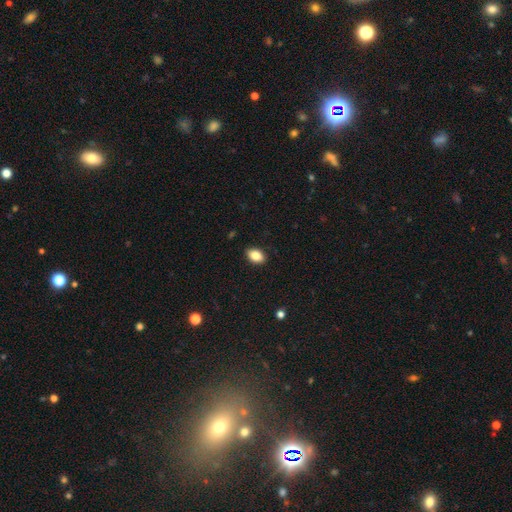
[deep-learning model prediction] A smooth galaxy with no disk features (86%) that is in between round and cigar-shaped (86%).

Vote fractions:
- Smooth or featured? smooth: 86% / star or artifact: 8% / featured or disk: 6%
- How rounded? in between: 86% / round: 12% / cigar-shaped: 1%
- Merging? none: 89% / minor disturbance: 8% / major disturbance: 2% / merger: 1%